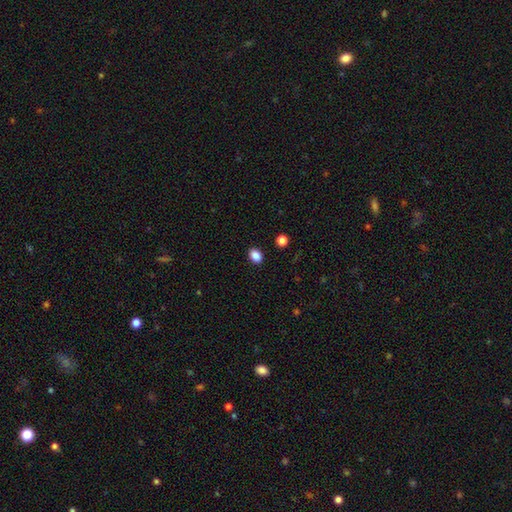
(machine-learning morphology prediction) A smooth galaxy with no disk features (87%) that is in between round and cigar-shaped (72%). Merging: none (89%).